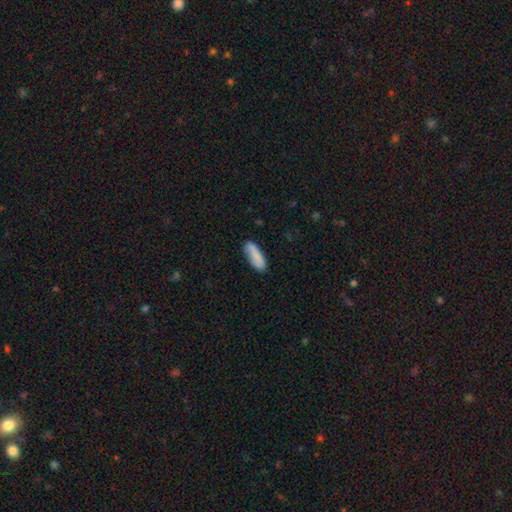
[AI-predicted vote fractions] Smooth or featured? smooth (83%)
How rounded? in between (62%)
Merging? none (79%)